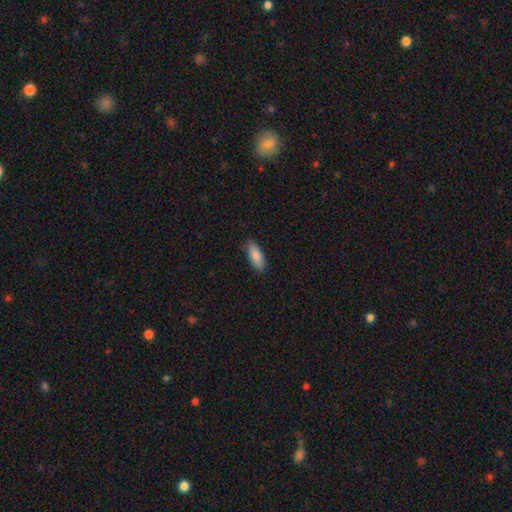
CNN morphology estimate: smooth 88%, featured or disk 6%, star or artifact 6%. Down the decision tree: how rounded — in between (72%); merging — none (87%).